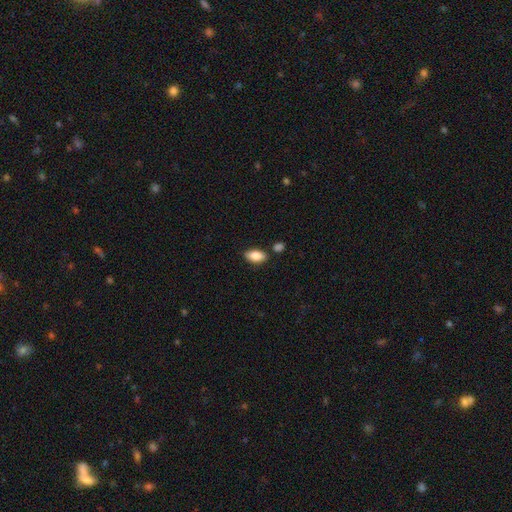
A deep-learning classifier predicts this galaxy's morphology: Smooth or featured? smooth (86%)
How rounded? in between (92%)
Merging? none (80%)